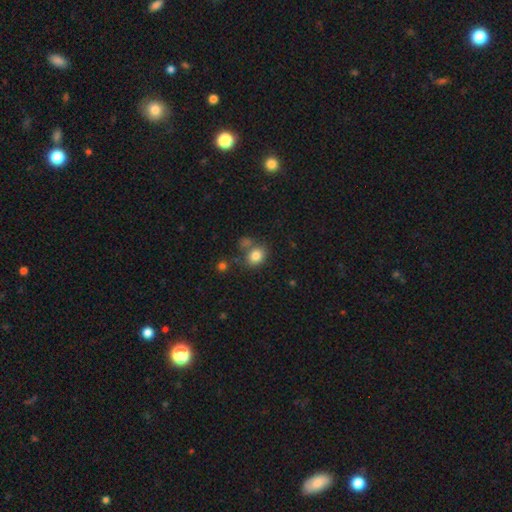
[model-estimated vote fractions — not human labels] The model was most divided on "how rounded": round: 56%, in between: 43%, cigar-shaped: 1%. More confident: smooth or featured — smooth (82%); merging — none (63%).